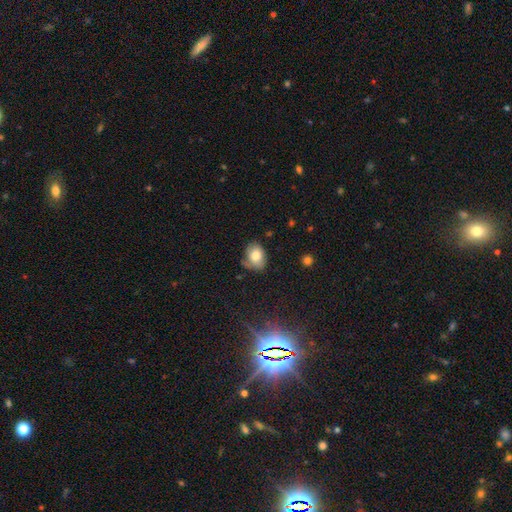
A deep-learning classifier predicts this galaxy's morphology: This appears to be a smooth galaxy with no disk features (77%) that is in between round and cigar-shaped (68%). Merging: none (53%).